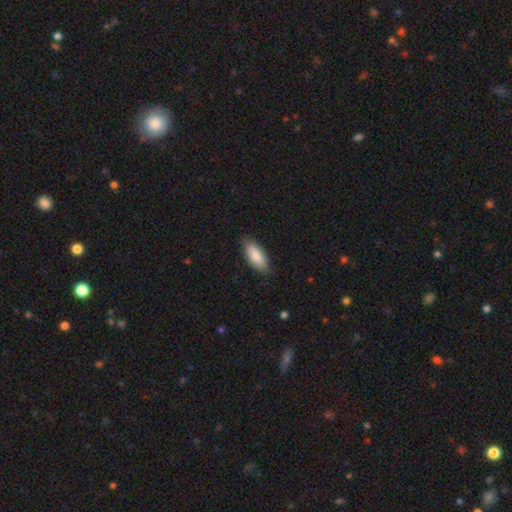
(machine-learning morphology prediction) The model was most divided on "merging": none: 81%, minor disturbance: 16%, major disturbance: 2%, merger: 1%. More confident: smooth or featured — smooth (85%); how rounded — in between (83%).